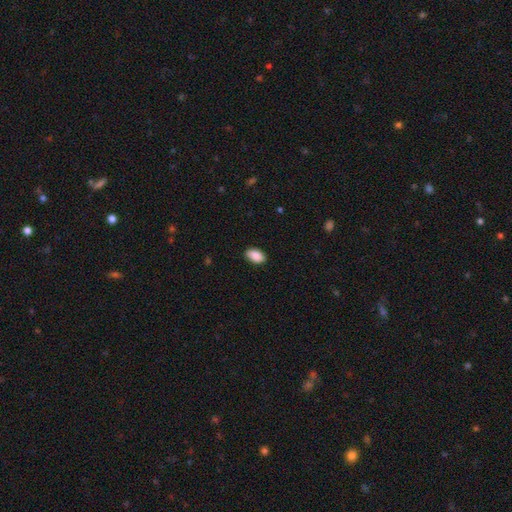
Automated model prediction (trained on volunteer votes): Smooth or featured? smooth (89%)
How rounded? in between (93%)
Merging? none (87%)